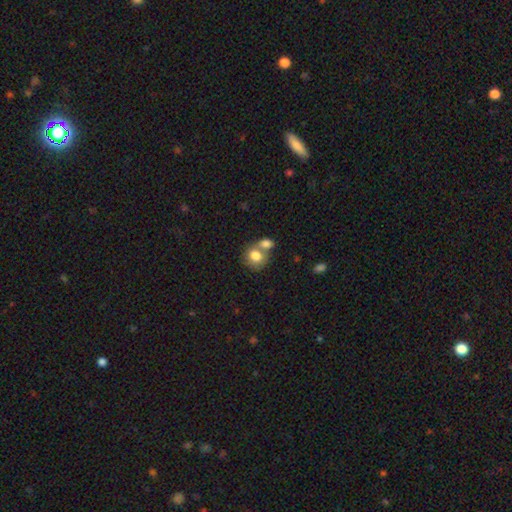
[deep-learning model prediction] Overall: smooth (80%). How rounded: round (62%; in between 37%). Merging: merger (51%; none 35%).